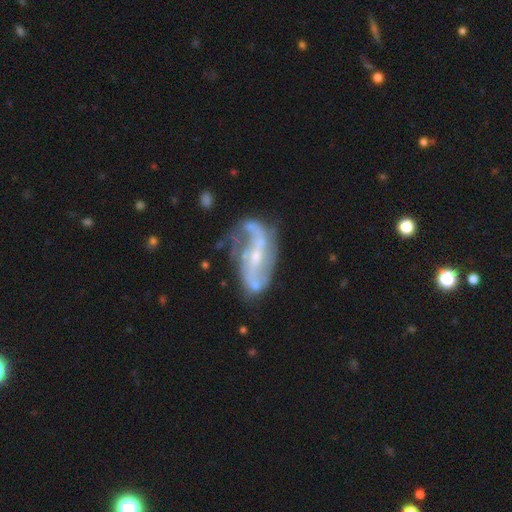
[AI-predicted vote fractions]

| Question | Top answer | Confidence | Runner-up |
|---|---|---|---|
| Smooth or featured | featured or disk | 82% | smooth (11%) |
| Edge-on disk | no | 95% | yes (5%) |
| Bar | weak | 41% | no (33%) |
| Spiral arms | yes | 85% | no (15%) |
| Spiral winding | loose | 58% | medium (31%) |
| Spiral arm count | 2 | 73% | can't tell (13%) |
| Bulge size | small | 60% | moderate (30%) |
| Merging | none | 51% | minor disturbance (23%) |